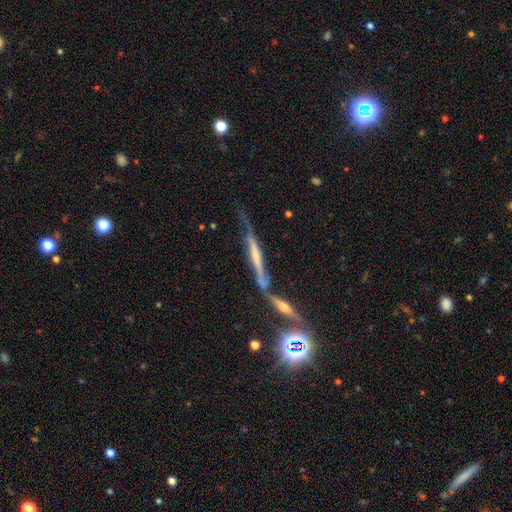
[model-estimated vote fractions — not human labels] Smooth or featured?
  - featured or disk: 67% *
  - smooth: 24%
  - star or artifact: 9%
Edge-on disk?
  - yes: 88% *
  - no: 12%
Edge-on bulge?
  - rounded: 44% *
  - none: 38%
  - boxy: 18%
Merging?
  - none: 39% *
  - merger: 31%
  - minor disturbance: 19%
  - major disturbance: 11%